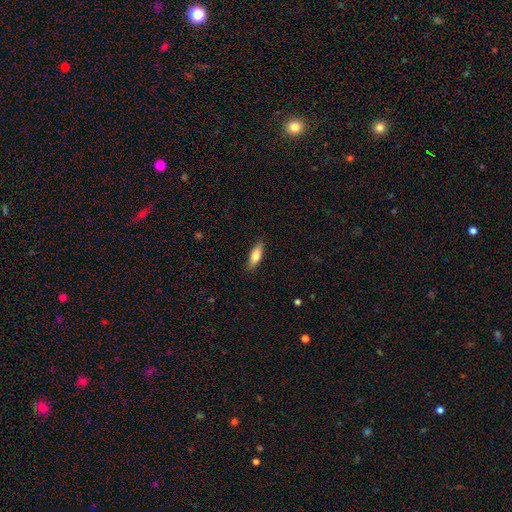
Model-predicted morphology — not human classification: Smooth or featured: smooth — 80% (featured or disk — 14%)
How rounded: in between — 62% (cigar-shaped — 36%)
Merging: none — 87% (minor disturbance — 10%)